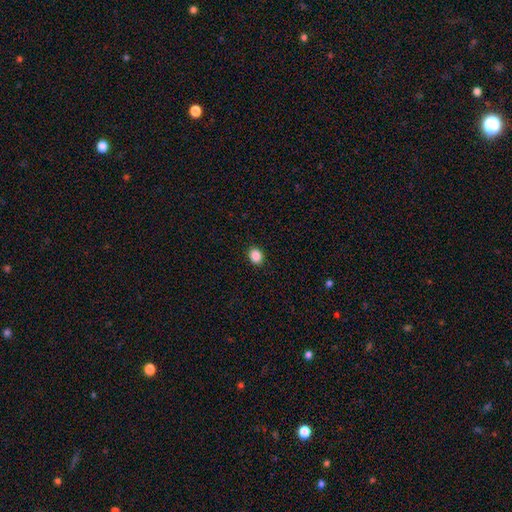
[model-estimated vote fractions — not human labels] This appears to be a smooth galaxy with no disk features (87%) that is round (55%). Merging: none (91%).